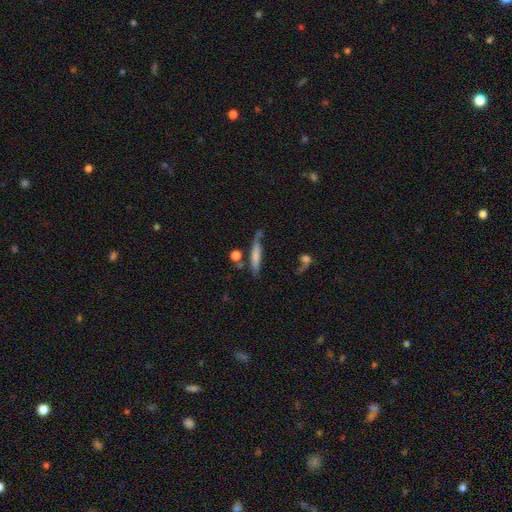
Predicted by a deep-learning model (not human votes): Smooth or featured? Predicted: smooth (p=0.62). How rounded? Predicted: cigar-shaped (p=0.86). Merging? Predicted: none (p=0.60).